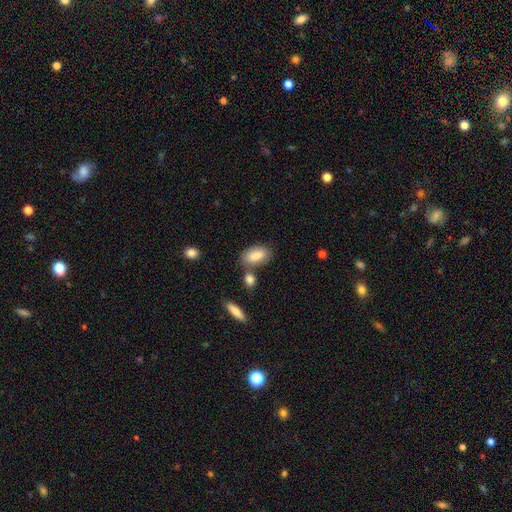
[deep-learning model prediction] smooth-or-featured: smooth: 84% | featured or disk: 9% | star or artifact: 7%
  how-rounded: in between: 89% | cigar-shaped: 7% | round: 5%
  merging: none: 63% | merger: 17% | minor disturbance: 15% | major disturbance: 4%